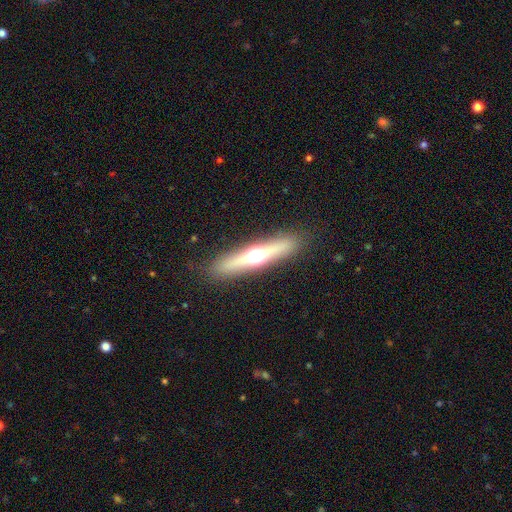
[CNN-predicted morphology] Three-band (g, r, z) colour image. It shows a featured or disk galaxy (60%) viewed edge-on (92%) with a rounded central bulge (95%). Merging: none (88%).